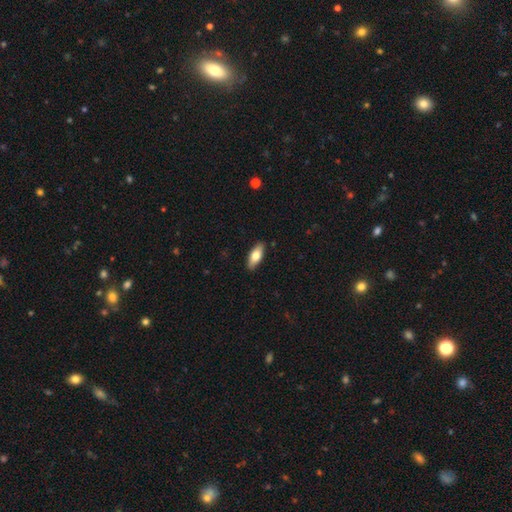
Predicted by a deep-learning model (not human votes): The model was most divided on "smooth or featured": smooth: 70%, featured or disk: 24%, star or artifact: 6%. More confident: merging — none (89%); how rounded — in between (76%).